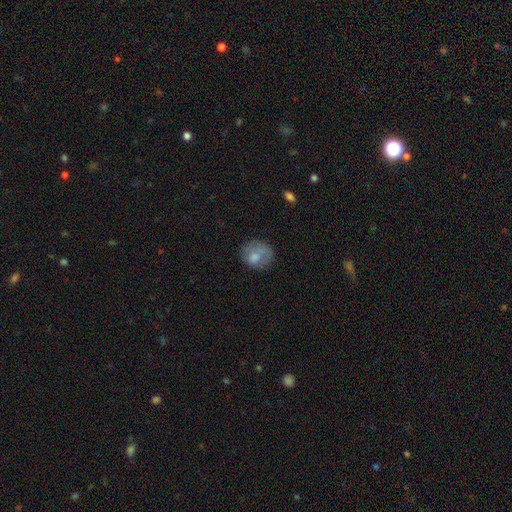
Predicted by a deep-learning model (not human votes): This is likely a smooth galaxy (72%). How rounded: likely round (65%). Merging: possibly none (57%).